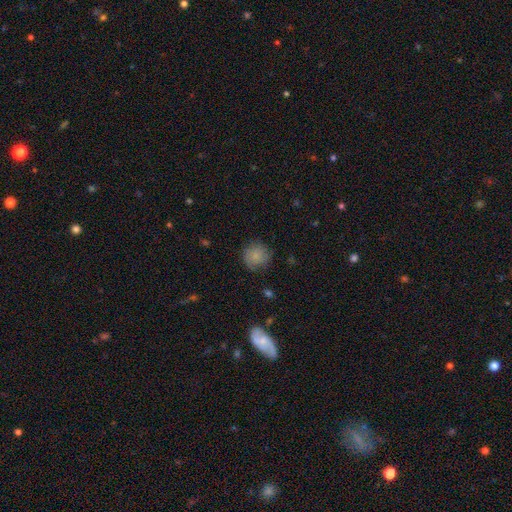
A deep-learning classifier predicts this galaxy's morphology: Overall: smooth (80%). How rounded: round (91%). Merging: none (76%).